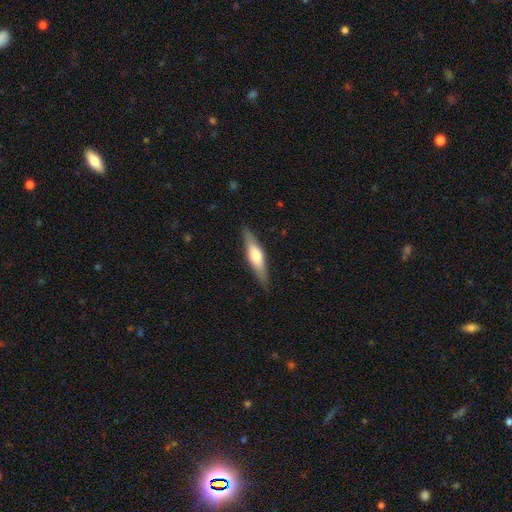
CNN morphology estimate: Overall: smooth (53%; featured or disk 42%). How rounded: cigar-shaped (73%). Merging: none (86%).